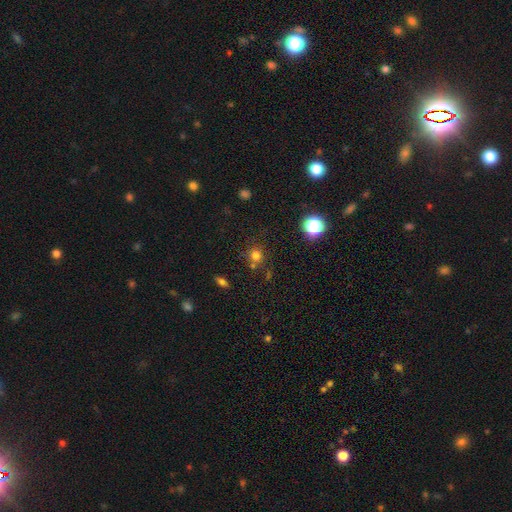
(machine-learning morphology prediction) A smooth galaxy with no disk features (72%) that is round (89%). Merging: none (70%).